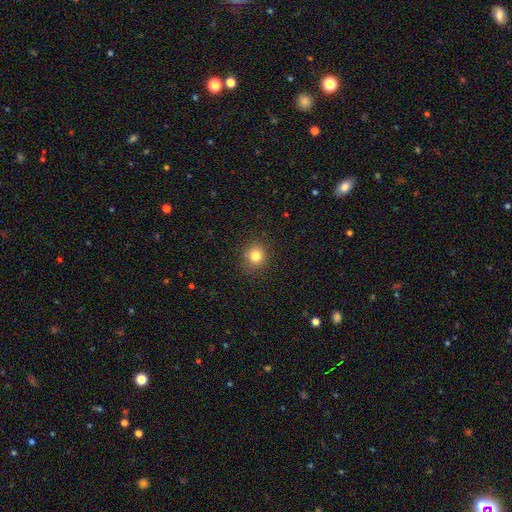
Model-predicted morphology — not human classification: Smooth or featured? smooth (81%)
How rounded? round (89%)
Merging? none (90%)